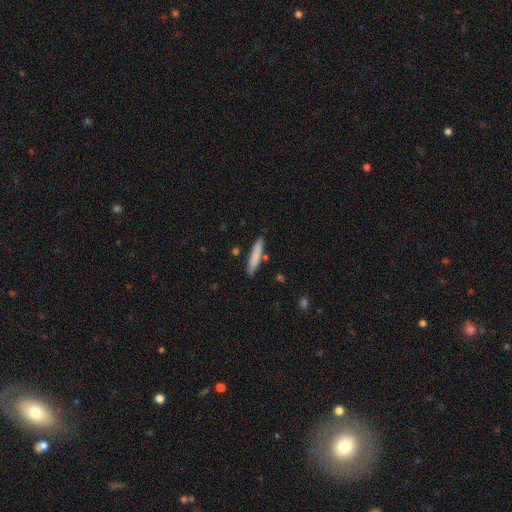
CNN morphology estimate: The model was most divided on "smooth or featured": smooth: 81%, featured or disk: 13%, star or artifact: 6%. More confident: how rounded — cigar-shaped (88%); merging — none (84%).